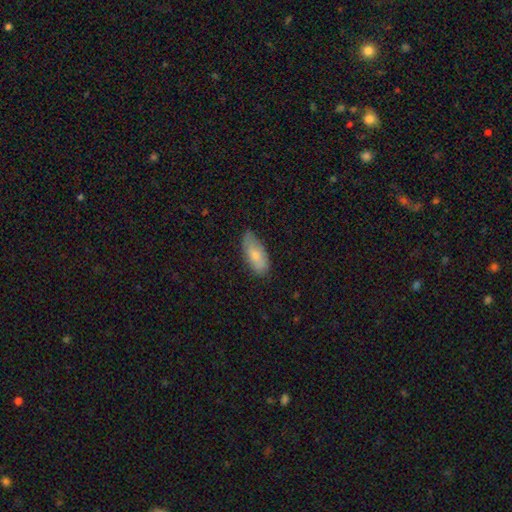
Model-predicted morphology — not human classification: Smooth or featured?
  - smooth: 75% *
  - featured or disk: 19%
  - star or artifact: 6%
How rounded?
  - in between: 88% *
  - cigar-shaped: 10%
  - round: 2%
Merging?
  - none: 69% *
  - minor disturbance: 26%
  - major disturbance: 4%
  - merger: 1%